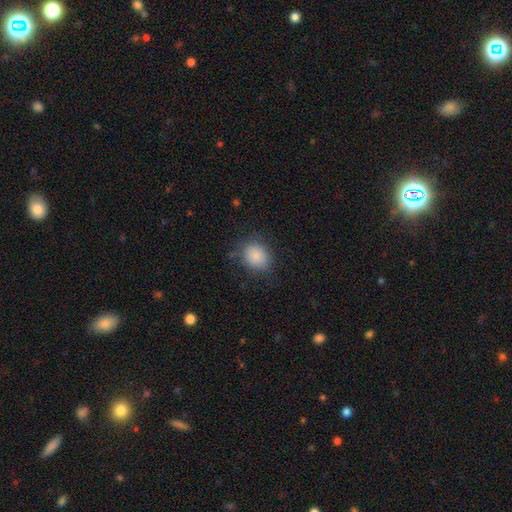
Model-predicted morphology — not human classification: Smooth or featured?
  - smooth: 86% *
  - star or artifact: 9%
  - featured or disk: 5%
How rounded?
  - round: 59% *
  - in between: 41%
  - cigar-shaped: 1%
Merging?
  - none: 77% *
  - minor disturbance: 16%
  - major disturbance: 5%
  - merger: 1%